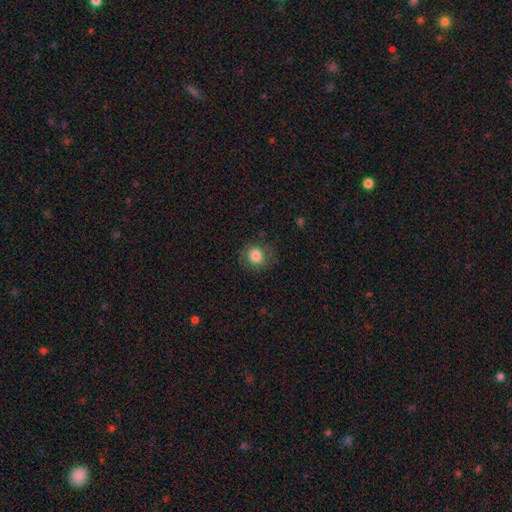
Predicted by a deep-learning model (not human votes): Smooth or featured?
  - smooth: 83% *
  - star or artifact: 10%
  - featured or disk: 7%
How rounded?
  - round: 84% *
  - in between: 15%
  - cigar-shaped: 1%
Merging?
  - none: 80% *
  - minor disturbance: 14%
  - major disturbance: 5%
  - merger: 1%